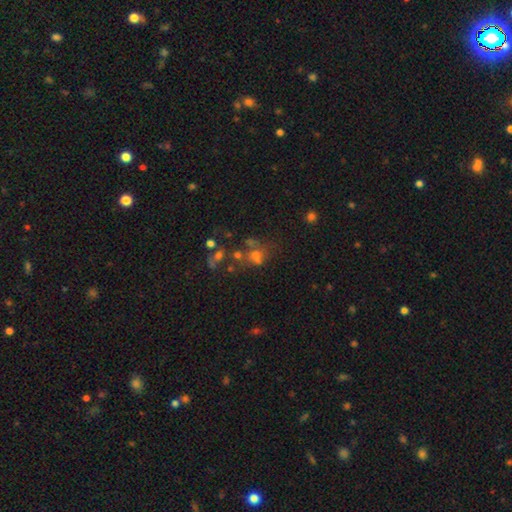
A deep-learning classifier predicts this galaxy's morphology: smooth-or-featured: smooth: 54% | star or artifact: 24% | featured or disk: 22%
  how-rounded: round: 65% | in between: 33% | cigar-shaped: 2%
  merging: none: 37% | merger: 36% | major disturbance: 14% | minor disturbance: 13%